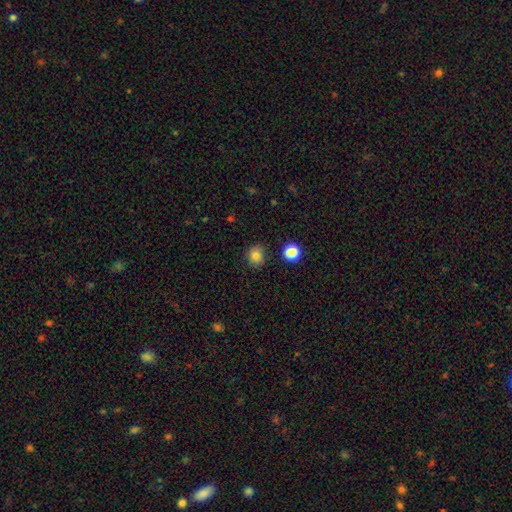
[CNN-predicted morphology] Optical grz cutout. It shows a smooth galaxy with no disk features (81%) that is round (79%). Merging: none (86%).